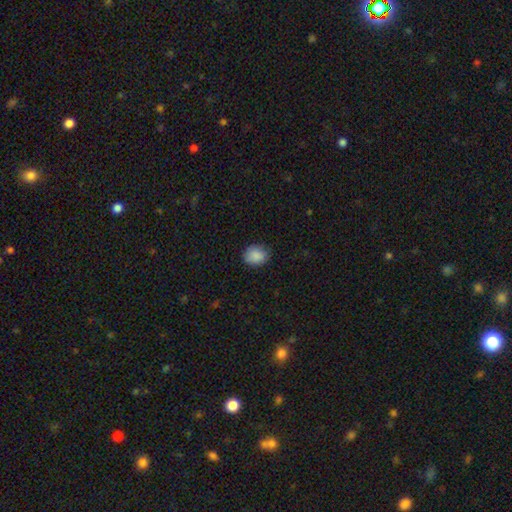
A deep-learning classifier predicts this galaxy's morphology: Smooth or featured? Predicted: smooth (p=0.89). How rounded? Predicted: round (p=0.56). Merging? Predicted: none (p=0.79).